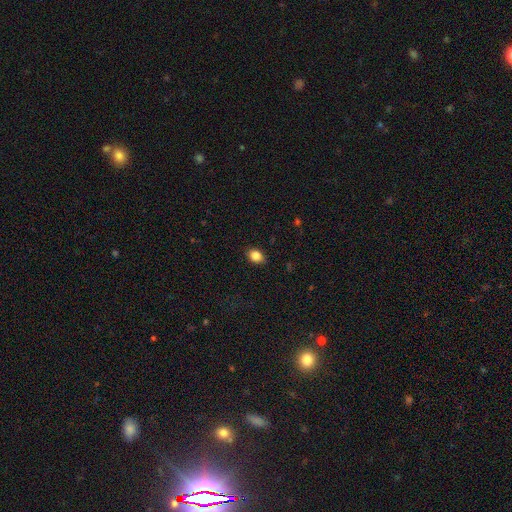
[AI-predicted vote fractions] smooth 85%, star or artifact 9%, featured or disk 6%. Down the decision tree: how rounded — in between (70%); merging — none (87%).